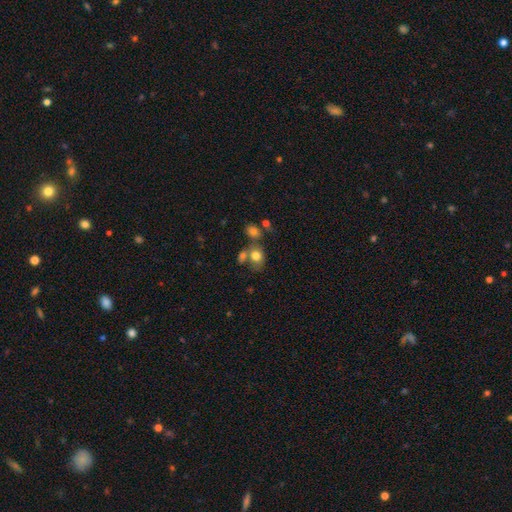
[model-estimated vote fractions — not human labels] This is likely a smooth galaxy (75%). How rounded: possibly round (51%). Merging: marginally none (43%).